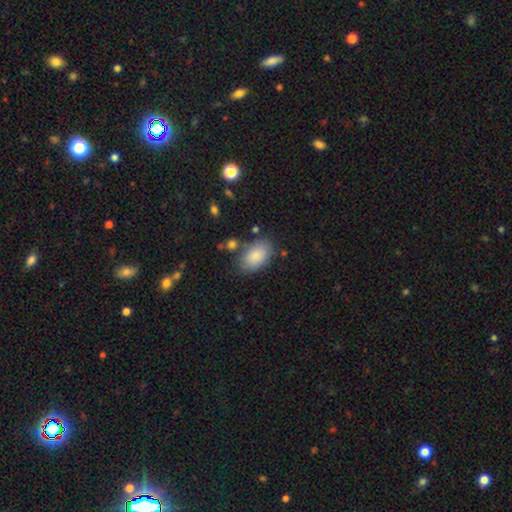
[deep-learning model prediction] Smooth or featured: smooth — 85% (featured or disk — 8%)
How rounded: in between — 92% (round — 6%)
Merging: none — 73% (minor disturbance — 17%)